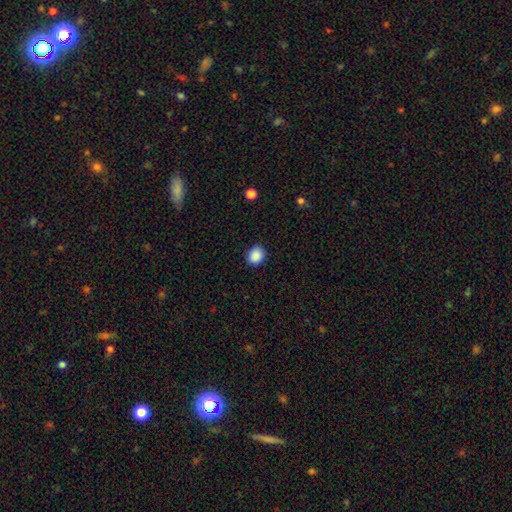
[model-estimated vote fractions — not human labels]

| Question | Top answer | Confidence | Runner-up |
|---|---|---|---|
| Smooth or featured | smooth | 89% | star or artifact (8%) |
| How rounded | round | 58% | in between (41%) |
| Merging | none | 89% | minor disturbance (8%) |